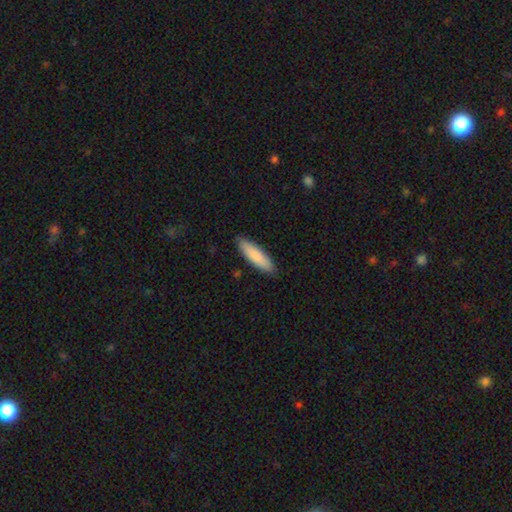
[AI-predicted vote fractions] Smooth or featured? smooth (86%)
How rounded? cigar-shaped (68%)
Merging? none (88%)